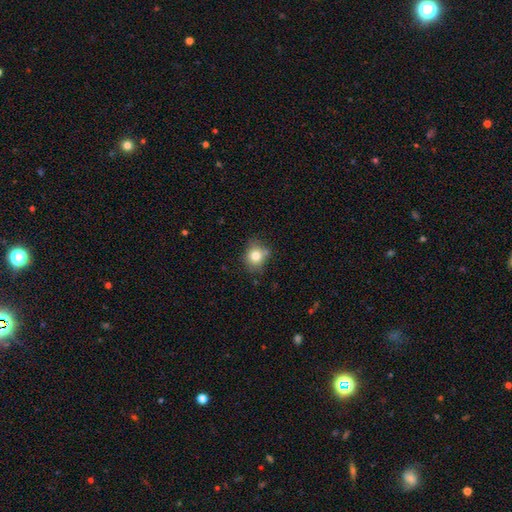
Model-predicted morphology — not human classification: This is clearly a smooth galaxy (81%). How rounded: likely round (71%). Merging: likely none (70%).